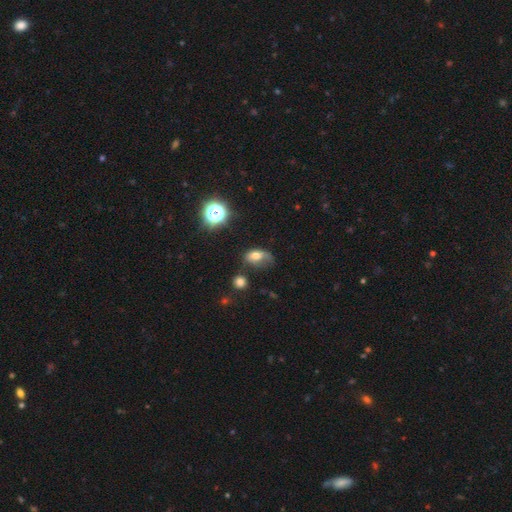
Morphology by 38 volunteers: Smooth or featured? smooth (79%)
How rounded? in between (80%)
Merging? minor disturbance (43%)